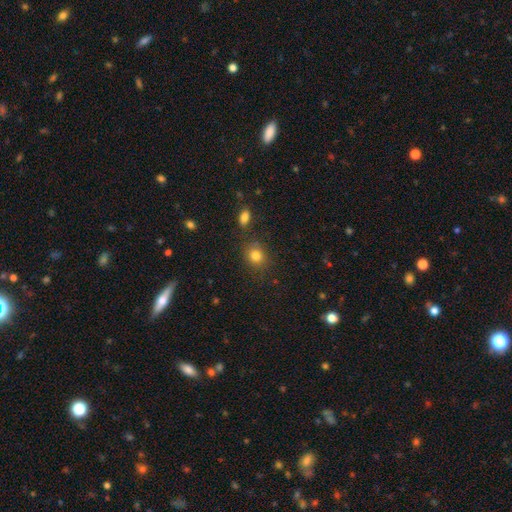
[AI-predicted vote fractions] Smooth or featured: smooth — 82% (star or artifact — 12%)
How rounded: round — 71% (in between — 28%)
Merging: none — 79% (minor disturbance — 12%)